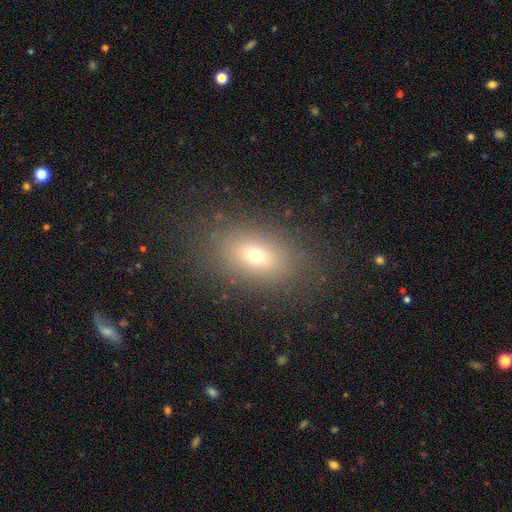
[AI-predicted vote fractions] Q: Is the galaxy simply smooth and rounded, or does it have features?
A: smooth — 66%.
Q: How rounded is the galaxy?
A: in between — 77%.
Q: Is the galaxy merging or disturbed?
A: none — 83%.